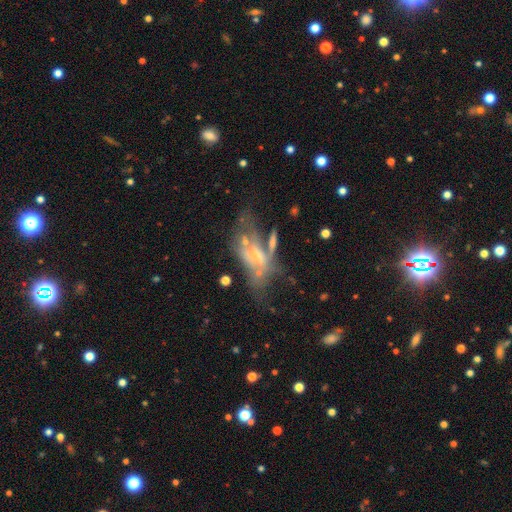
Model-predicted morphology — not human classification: Smooth or featured: featured or disk — 60% (smooth — 28%)
Edge-on disk: no — 84% (yes — 16%)
Bar: no — 72% (weak — 21%)
Spiral arms: no — 73% (yes — 27%)
Bulge size: small — 39% (moderate — 31%)
Merging: merger — 33% (tied with major disturbance — 33%)